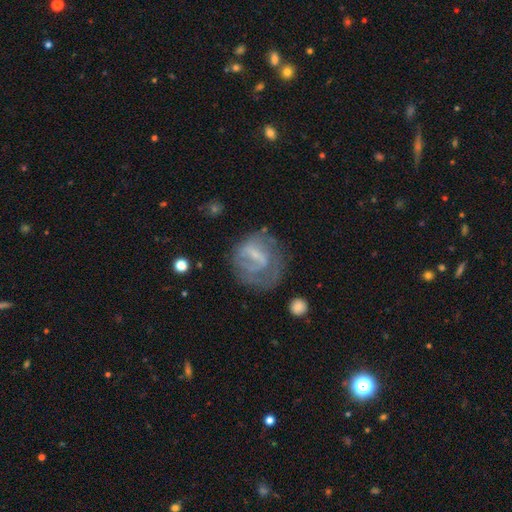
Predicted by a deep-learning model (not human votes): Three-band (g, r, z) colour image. It shows a featured or disk galaxy (65%) with a weak bar (50%), spiral arms (65%) and a small central bulge (53%). Merging: none (49%).